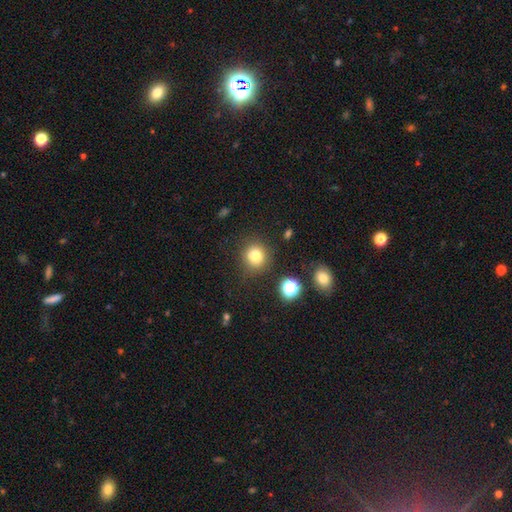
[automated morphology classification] This appears to be a smooth galaxy with no disk features (76%) that is round (86%). Merging: none (76%).